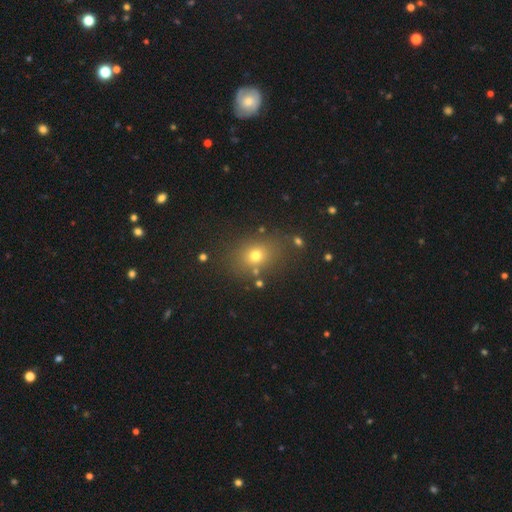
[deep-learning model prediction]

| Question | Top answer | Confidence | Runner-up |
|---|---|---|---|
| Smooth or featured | smooth | 70% | star or artifact (19%) |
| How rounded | in between | 52% | round (47%) |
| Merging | none | 80% | minor disturbance (11%) |